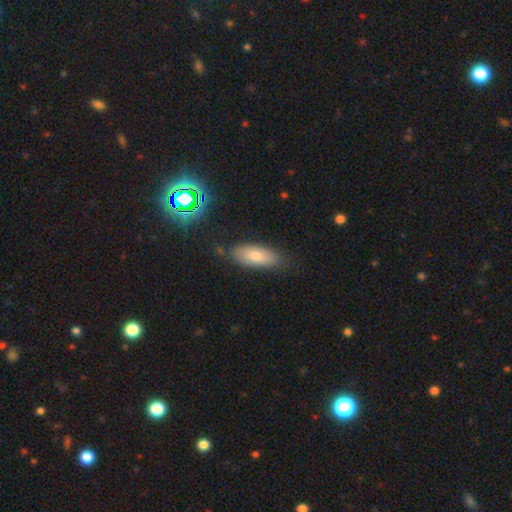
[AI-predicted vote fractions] Smooth or featured?
  - smooth: 71% *
  - featured or disk: 18%
  - star or artifact: 11%
How rounded?
  - in between: 75% *
  - cigar-shaped: 22%
  - round: 3%
Merging?
  - none: 80% *
  - minor disturbance: 14%
  - major disturbance: 3%
  - merger: 2%